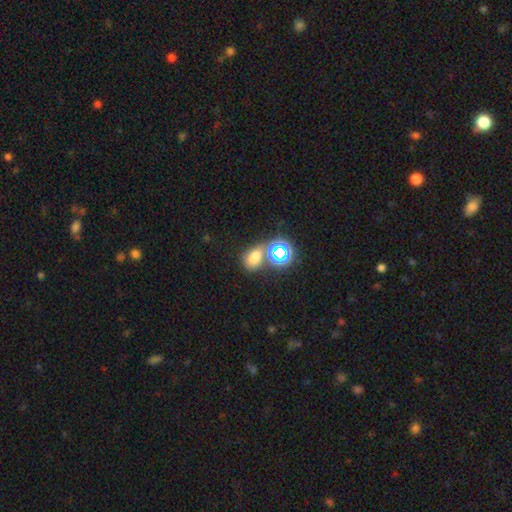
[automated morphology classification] Q: Smooth or featured?
A: smooth (62%); runner-up: star or artifact (28%)
Q: How rounded?
A: in between (67%); runner-up: round (31%)
Q: Merging?
A: none (56%); runner-up: merger (26%)